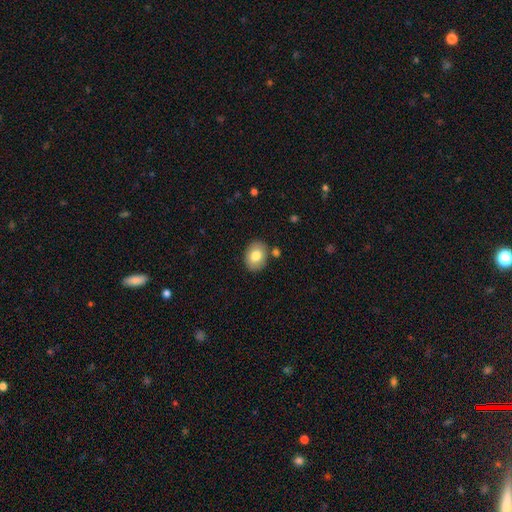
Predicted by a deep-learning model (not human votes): This is likely a smooth galaxy (78%). How rounded: likely in between (67%). Merging: clearly none (83%).